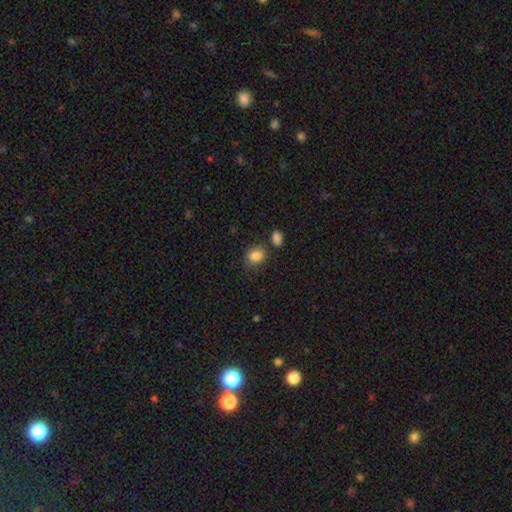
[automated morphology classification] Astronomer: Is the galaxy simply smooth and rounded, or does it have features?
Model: smooth — 86%.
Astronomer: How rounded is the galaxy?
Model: round — 52% (runner-up: in between, 47%).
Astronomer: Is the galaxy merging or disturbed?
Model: none — 71%.